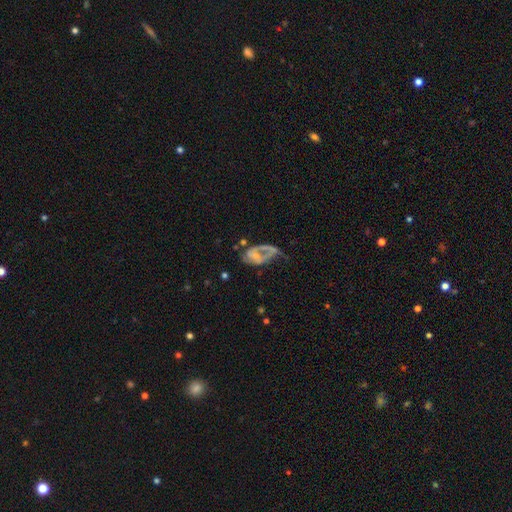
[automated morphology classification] This appears to be a featured or disk galaxy (68%) with no bar (60%), spiral arms (61%) and a small central bulge (51%). Merging: major disturbance (45%).